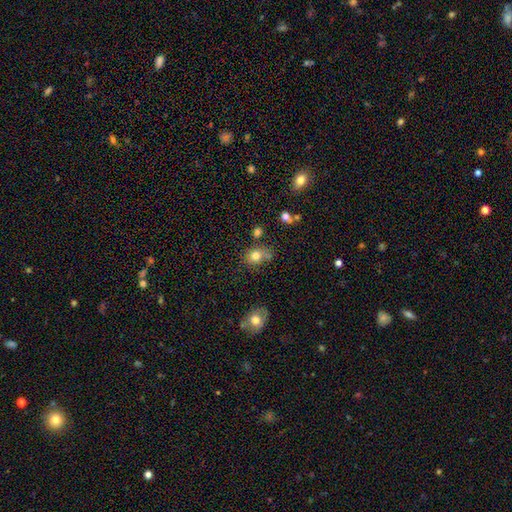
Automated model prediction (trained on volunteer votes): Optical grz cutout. It shows a smooth galaxy with no disk features (79%) that is round (63%). Merging: none (57%).